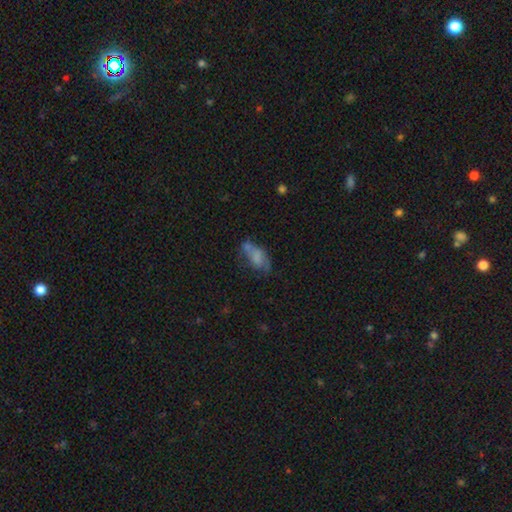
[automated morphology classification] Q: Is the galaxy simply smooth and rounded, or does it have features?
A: smooth — 58%.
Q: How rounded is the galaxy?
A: in between — 84%.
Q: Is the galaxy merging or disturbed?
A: none — 35%.